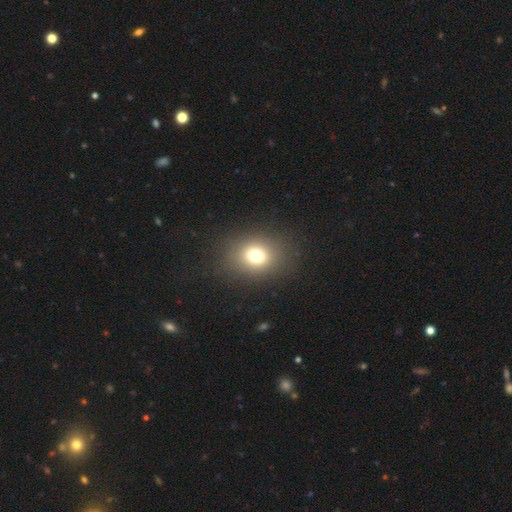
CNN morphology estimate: A smooth galaxy with no disk features (73%) that is round (60%).

Vote fractions:
- Smooth or featured? smooth: 73% / star or artifact: 16% / featured or disk: 11%
- How rounded? round: 60% / in between: 39% / cigar-shaped: 1%
- Merging? none: 87% / minor disturbance: 8% / major disturbance: 5% / merger: 1%